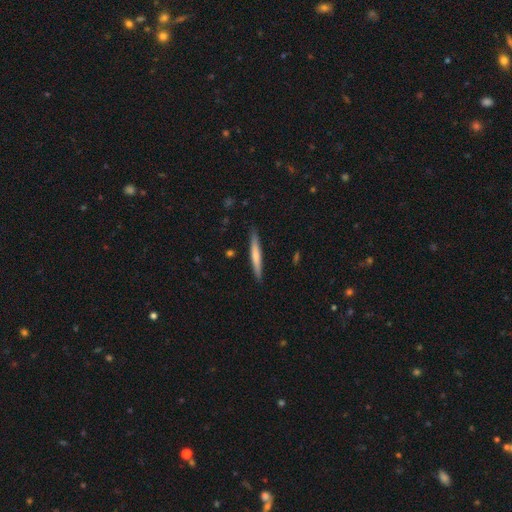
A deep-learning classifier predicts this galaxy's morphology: Overall: smooth (60%; featured or disk 35%). How rounded: cigar-shaped (96%). Merging: none (89%).